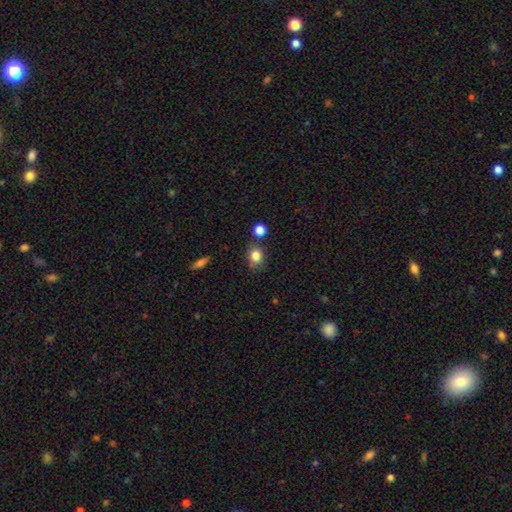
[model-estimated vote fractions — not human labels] Overall: smooth (83%). How rounded: round (64%; in between 35%). Merging: none (71%).